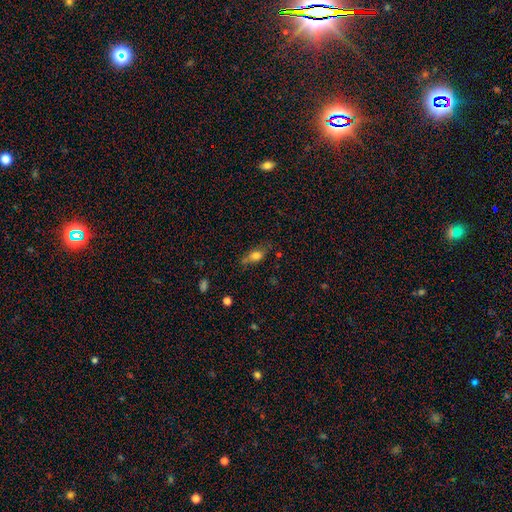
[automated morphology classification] Smooth or featured? Predicted: smooth (p=0.73). How rounded? Predicted: in between (p=0.76). Merging? Predicted: none (p=0.60).